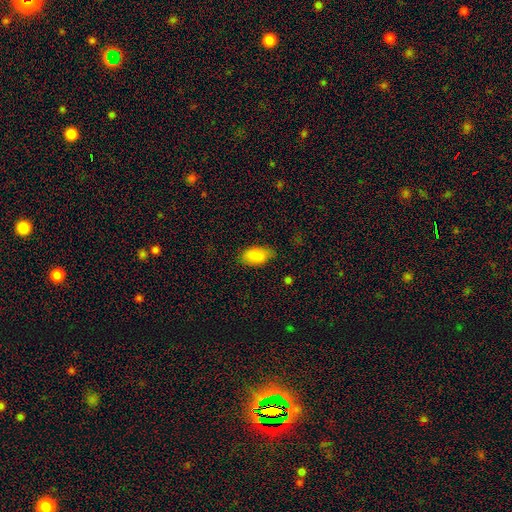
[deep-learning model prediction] Smooth or featured? Predicted: smooth (p=0.88). How rounded? Predicted: in between (p=0.94). Merging? Predicted: none (p=0.75).